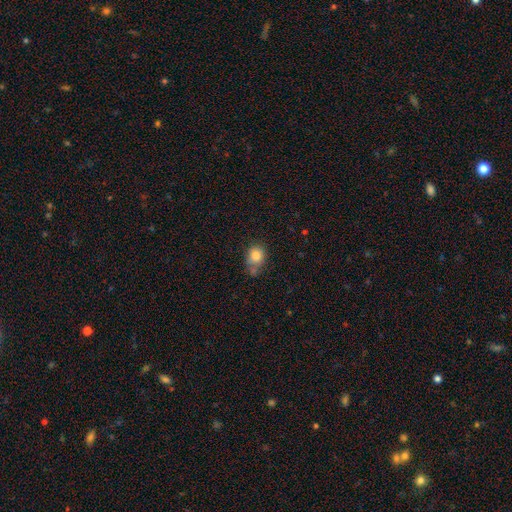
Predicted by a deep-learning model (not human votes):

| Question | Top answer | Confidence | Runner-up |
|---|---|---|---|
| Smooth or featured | smooth | 82% | star or artifact (9%) |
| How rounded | round | 54% | in between (45%) |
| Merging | none | 50% | minor disturbance (25%) |